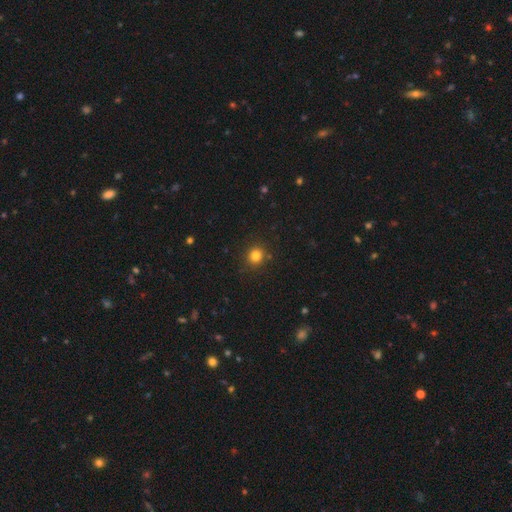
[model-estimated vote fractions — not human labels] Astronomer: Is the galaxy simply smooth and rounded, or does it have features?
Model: smooth — 82%.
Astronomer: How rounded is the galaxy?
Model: round — 89%.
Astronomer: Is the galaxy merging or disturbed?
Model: none — 89%.